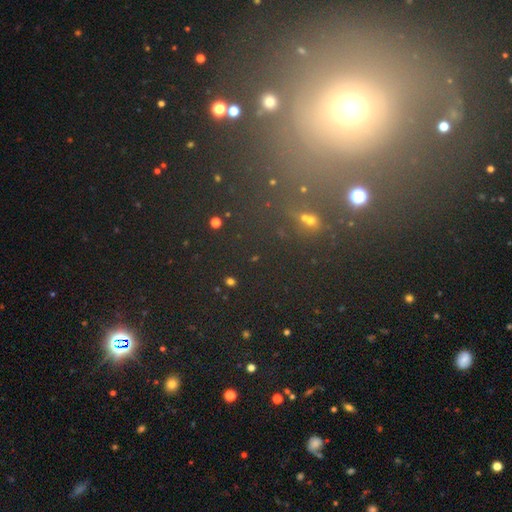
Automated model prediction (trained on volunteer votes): smooth-or-featured: star or artifact: 57% | smooth: 33% | featured or disk: 11%